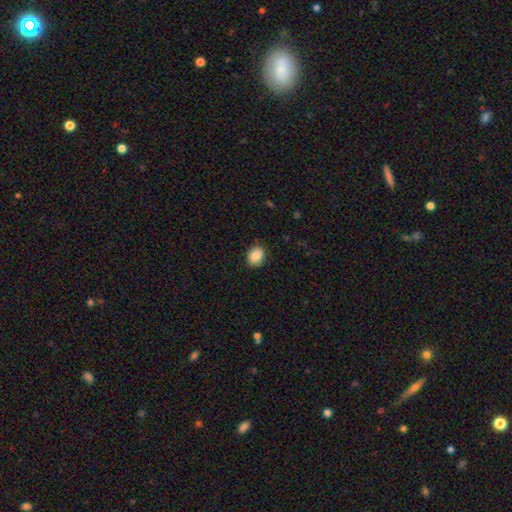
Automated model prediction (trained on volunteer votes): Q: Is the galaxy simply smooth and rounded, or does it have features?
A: smooth — 89%.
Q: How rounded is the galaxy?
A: in between — 51%.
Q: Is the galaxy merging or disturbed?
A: none — 88%.